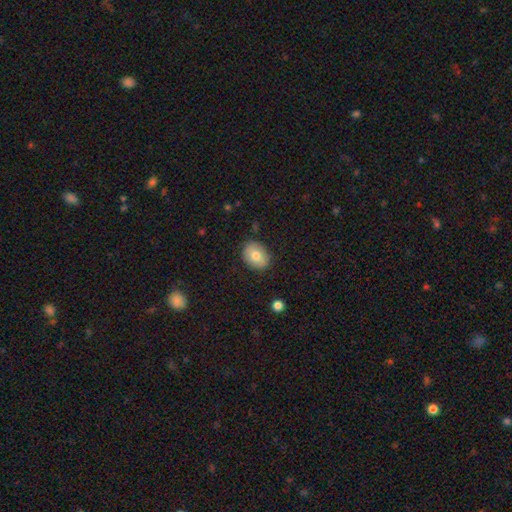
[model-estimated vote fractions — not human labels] This appears to be a smooth galaxy with no disk features (75%) that is in between round and cigar-shaped (57%). Merging: none (84%).